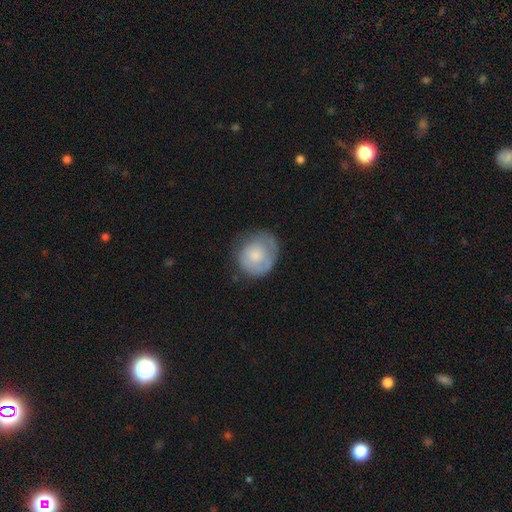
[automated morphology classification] A smooth galaxy with no disk features (64%) that is round (81%). Merging: none (62%).